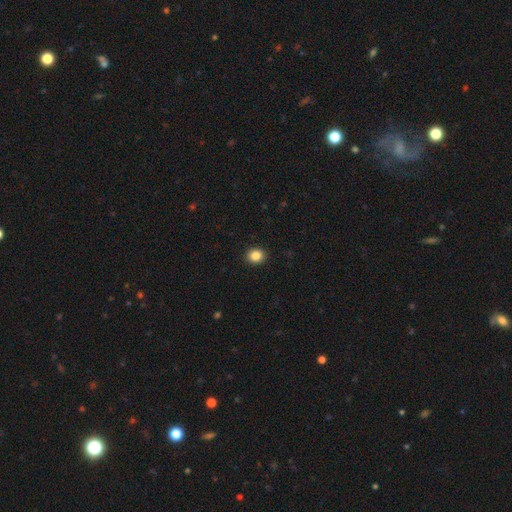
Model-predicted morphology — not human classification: Smooth or featured?
  - smooth: 86% *
  - star or artifact: 10%
  - featured or disk: 4%
How rounded?
  - round: 73% *
  - in between: 26%
  - cigar-shaped: 1%
Merging?
  - none: 92% *
  - minor disturbance: 5%
  - major disturbance: 2%
  - merger: 1%